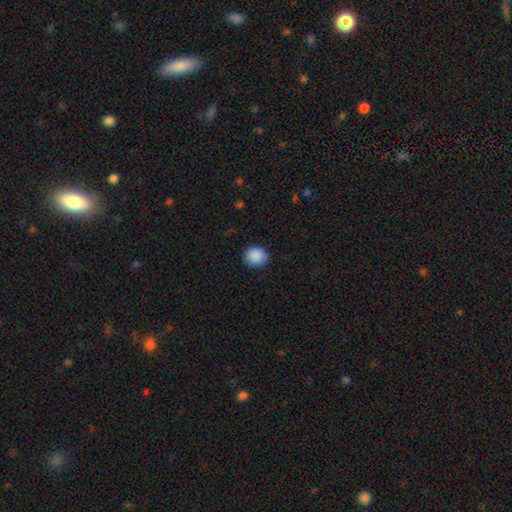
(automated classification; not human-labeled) Smooth or featured?
  - smooth: 89% *
  - star or artifact: 8%
  - featured or disk: 3%
How rounded?
  - round: 85% *
  - in between: 14%
  - cigar-shaped: 1%
Merging?
  - none: 88% *
  - minor disturbance: 9%
  - major disturbance: 2%
  - merger: 1%